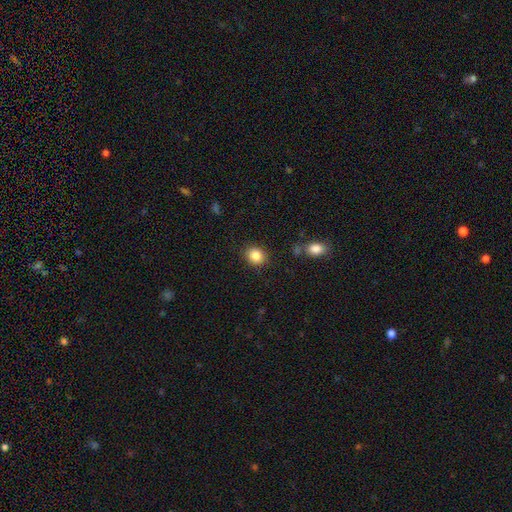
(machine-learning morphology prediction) Smooth or featured?
  - smooth: 85% *
  - star or artifact: 9%
  - featured or disk: 6%
How rounded?
  - round: 64% *
  - in between: 36%
  - cigar-shaped: 1%
Merging?
  - none: 88% *
  - minor disturbance: 8%
  - major disturbance: 2%
  - merger: 2%